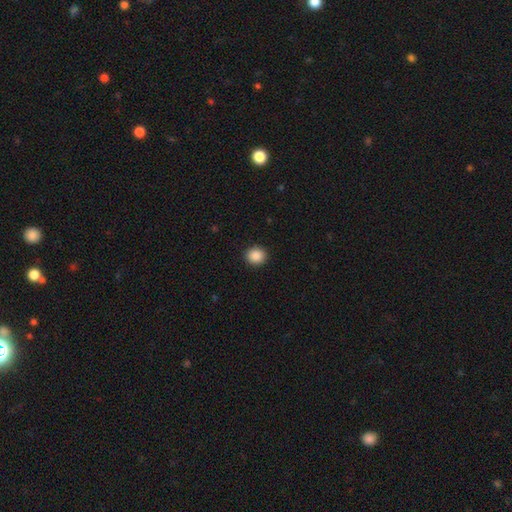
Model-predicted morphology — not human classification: Smooth or featured? smooth (88%)
How rounded? round (78%)
Merging? none (92%)